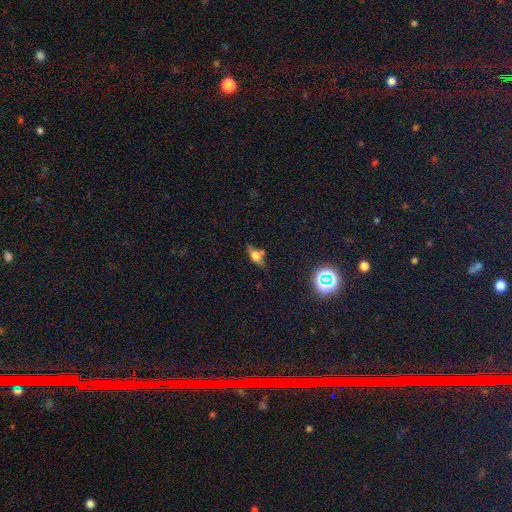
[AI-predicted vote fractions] Smooth or featured?
  - smooth: 46% *
  - featured or disk: 40%
  - star or artifact: 14%
Merging?
  - none: 62% *
  - minor disturbance: 18%
  - merger: 13%
  - major disturbance: 6%